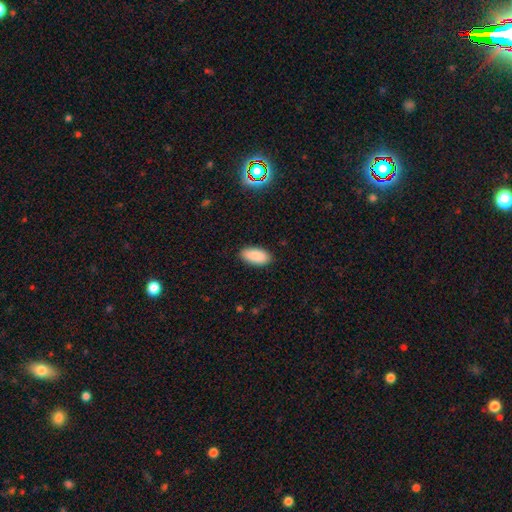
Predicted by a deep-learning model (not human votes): The model was most divided on "merging": none: 89%, minor disturbance: 8%, major disturbance: 2%, merger: 1%. More confident: how rounded — in between (93%); smooth or featured — smooth (89%).